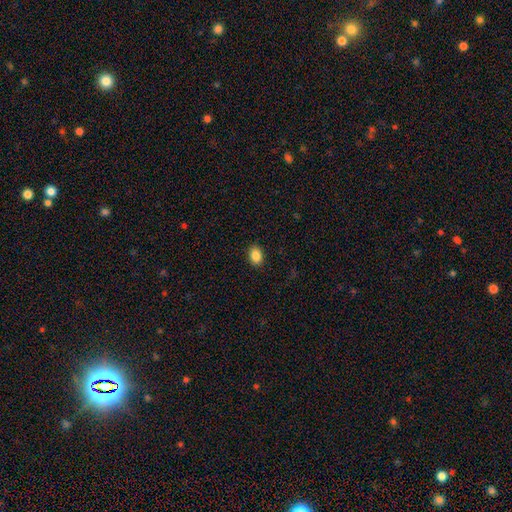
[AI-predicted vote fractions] Overall: smooth (87%). How rounded: in between (75%). Merging: none (90%).